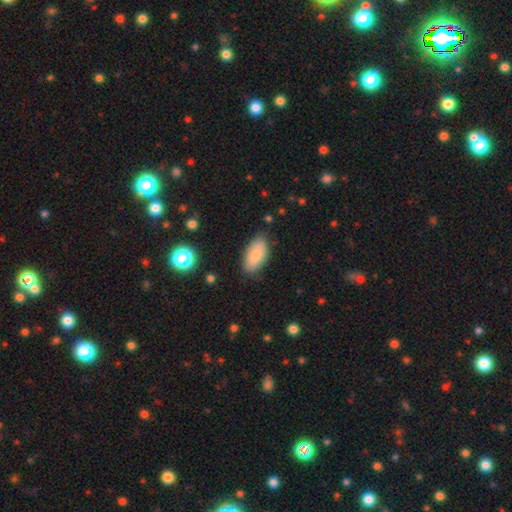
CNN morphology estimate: smooth_or_featured: smooth (p=0.80) [alt: featured or disk p=0.12]
how_rounded: in between (p=0.94) [alt: cigar-shaped p=0.04]
merging: none (p=0.77) [alt: minor disturbance p=0.18]